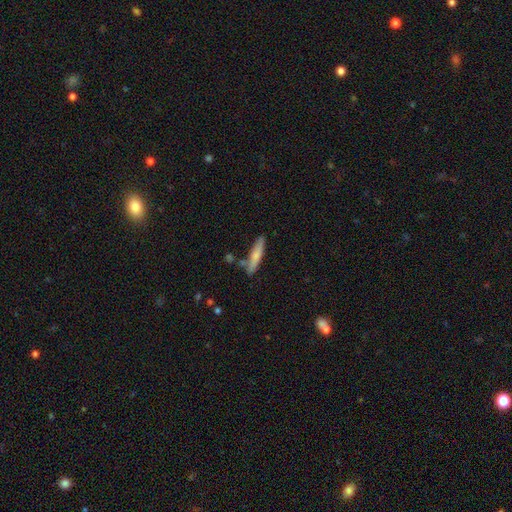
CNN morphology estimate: Overall: smooth (71%). How rounded: cigar-shaped (86%). Merging: none (77%).